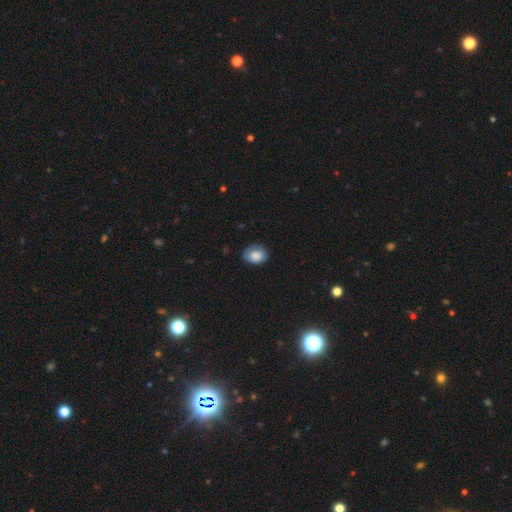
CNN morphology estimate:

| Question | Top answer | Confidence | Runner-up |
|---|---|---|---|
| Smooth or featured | smooth | 81% | featured or disk (12%) |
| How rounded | in between | 54% | round (45%) |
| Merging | none | 66% | minor disturbance (26%) |